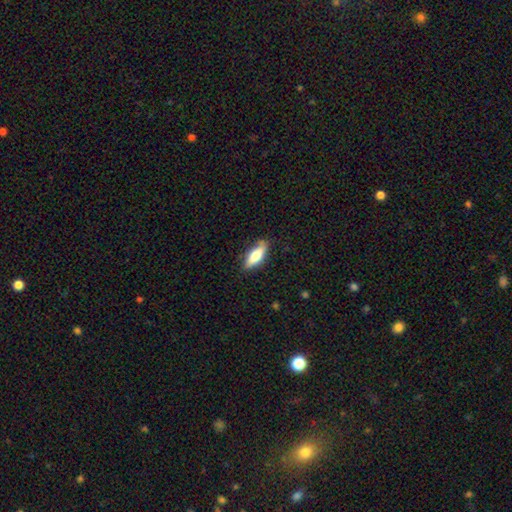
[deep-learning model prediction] Smooth or featured? Predicted: smooth (p=0.66). How rounded? Predicted: in between (p=0.59). Merging? Predicted: none (p=0.78).